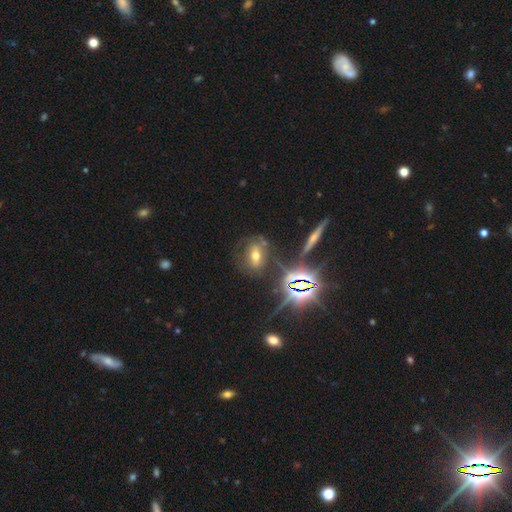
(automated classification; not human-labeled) Smooth or featured: smooth — 42% (star or artifact — 36%)
Merging: none — 68% (minor disturbance — 17%)